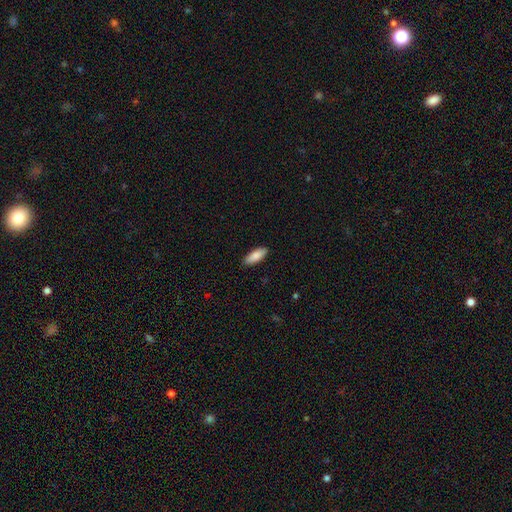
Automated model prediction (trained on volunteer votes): Morphology: type=smooth (88%); roundness=in between (76%); merging=none (89%).